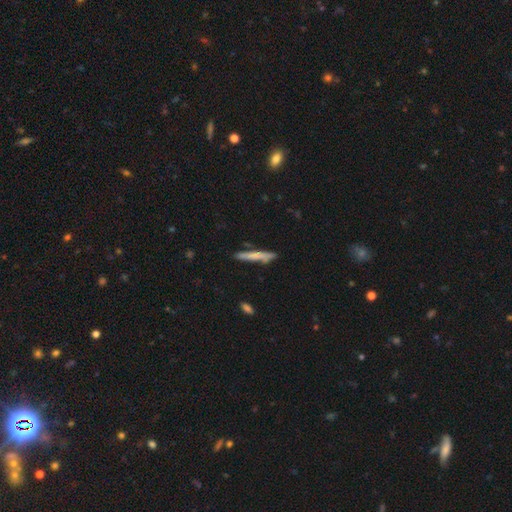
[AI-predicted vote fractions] This is likely a smooth galaxy (66%). How rounded: clearly cigar-shaped (95%). Merging: clearly none (81%).